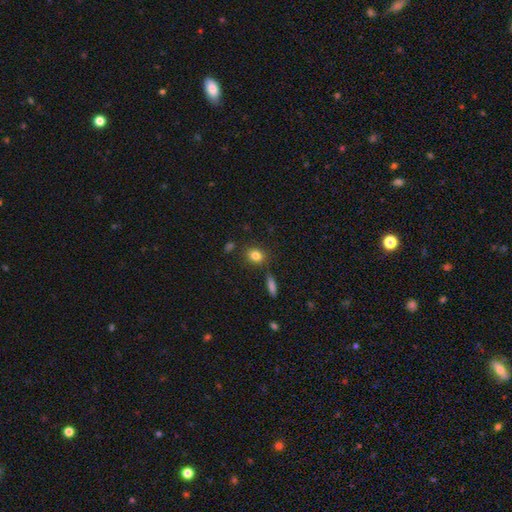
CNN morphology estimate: A smooth galaxy with no disk features (83%) that is round (52%).

Vote fractions:
- Smooth or featured? smooth: 83% / star or artifact: 10% / featured or disk: 7%
- How rounded? round: 52% / in between: 46% / cigar-shaped: 2%
- Merging? none: 81% / minor disturbance: 11% / merger: 5% / major disturbance: 3%